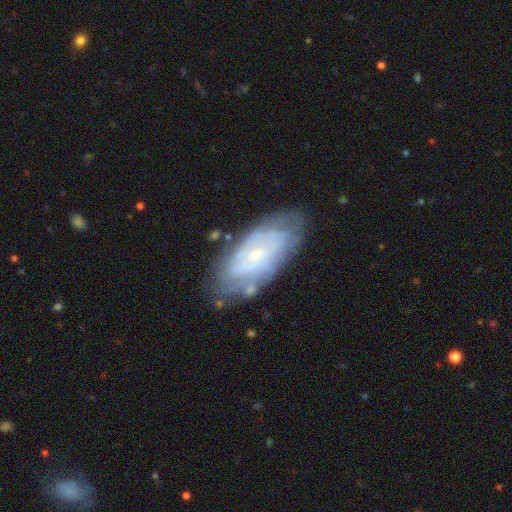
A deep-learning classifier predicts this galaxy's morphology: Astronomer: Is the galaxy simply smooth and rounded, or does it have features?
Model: featured or disk — 67%.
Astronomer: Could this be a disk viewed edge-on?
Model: no — 91%.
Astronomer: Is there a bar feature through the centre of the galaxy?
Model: no — 70%.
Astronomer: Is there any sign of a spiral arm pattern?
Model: yes — 71%.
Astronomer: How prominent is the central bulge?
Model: small — 73%.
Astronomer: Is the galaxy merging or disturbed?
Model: none — 70%.